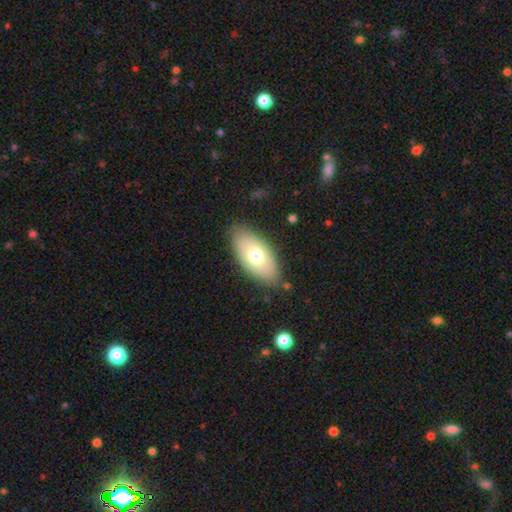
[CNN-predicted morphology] Smooth or featured? smooth (69%)
How rounded? in between (92%)
Merging? none (82%)